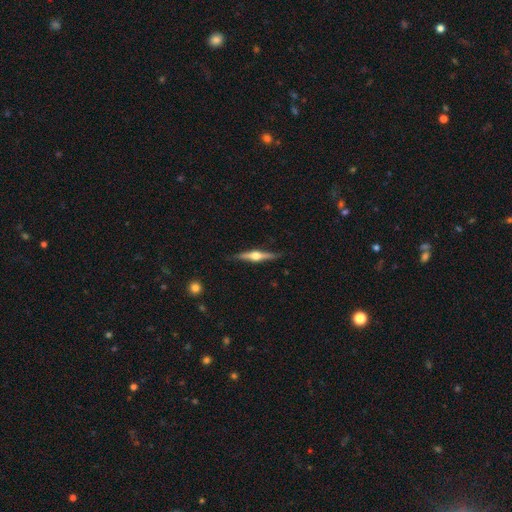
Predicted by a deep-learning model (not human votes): smooth-or-featured: featured or disk: 78% | smooth: 17% | star or artifact: 5%
  disk-edge-on: yes: 98% | no: 2%
    edge-on-bulge: rounded: 95% | boxy: 3% | none: 2%
  merging: none: 88% | minor disturbance: 9% | major disturbance: 2% | merger: 1%